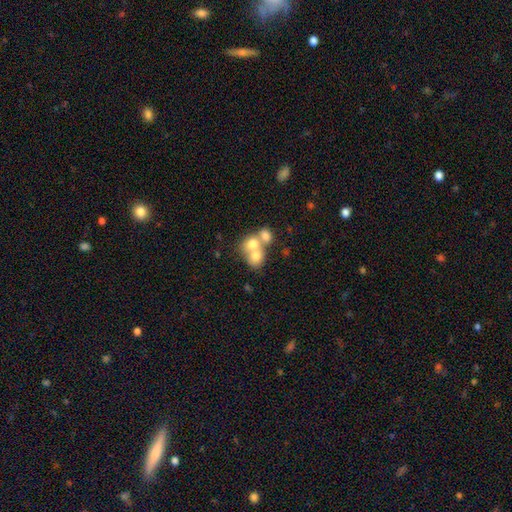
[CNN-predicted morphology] smooth-or-featured: smooth: 68% | featured or disk: 21% | star or artifact: 11%
  how-rounded: round: 64% | in between: 35% | cigar-shaped: 1%
  merging: merger: 67% | none: 24% | minor disturbance: 5% | major disturbance: 4%